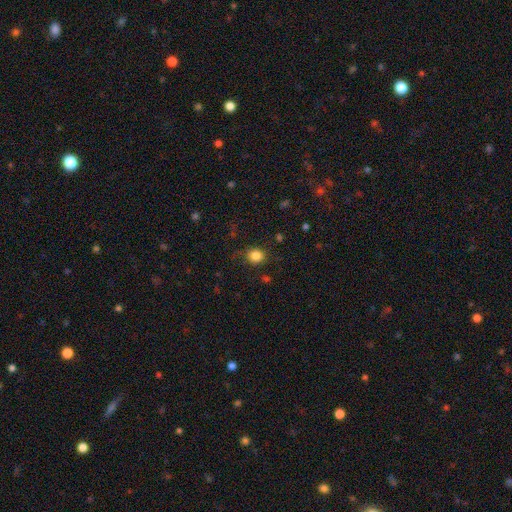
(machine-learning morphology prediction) smooth_or_featured: smooth (p=0.83) [alt: star or artifact p=0.12]
how_rounded: round (p=0.81) [alt: in between p=0.18]
merging: none (p=0.82) [alt: minor disturbance p=0.13]